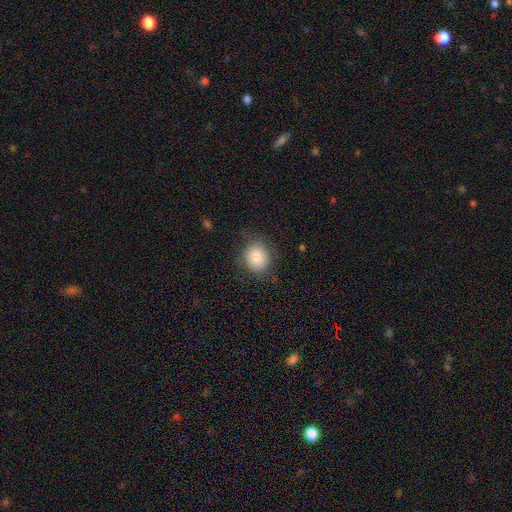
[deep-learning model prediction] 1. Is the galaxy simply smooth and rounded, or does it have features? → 83% smooth, 9% star or artifact, 8% featured or disk.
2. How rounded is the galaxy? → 72% round, 27% in between, 1% cigar-shaped.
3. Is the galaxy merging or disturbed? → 78% none, 15% minor disturbance, 5% major disturbance, 1% merger.